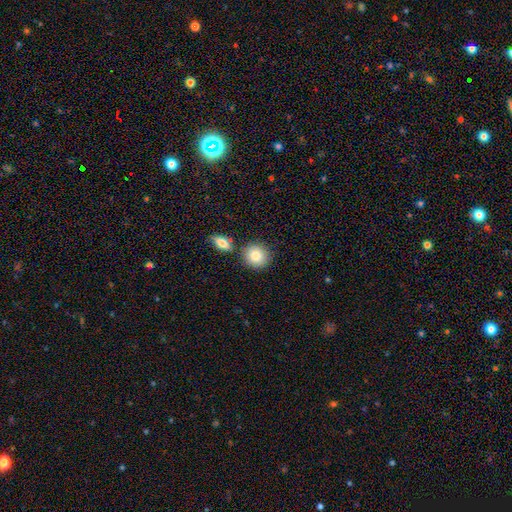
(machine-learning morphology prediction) type=smooth (84%); roundness=round (87%); merging=none (76%).